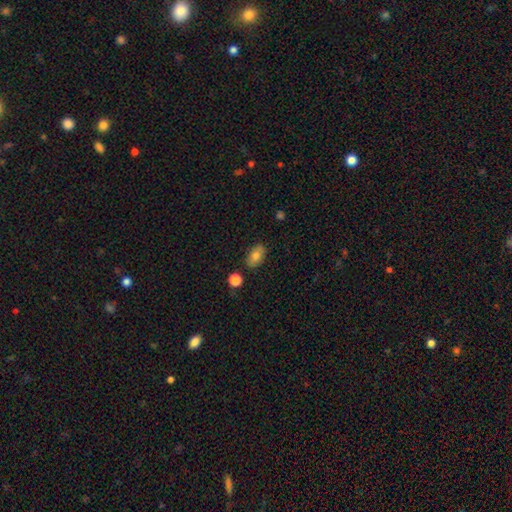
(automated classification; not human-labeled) Smooth or featured?
  - smooth: 80% *
  - featured or disk: 12%
  - star or artifact: 8%
How rounded?
  - in between: 90% *
  - round: 8%
  - cigar-shaped: 3%
Merging?
  - none: 84% *
  - minor disturbance: 11%
  - merger: 3%
  - major disturbance: 2%